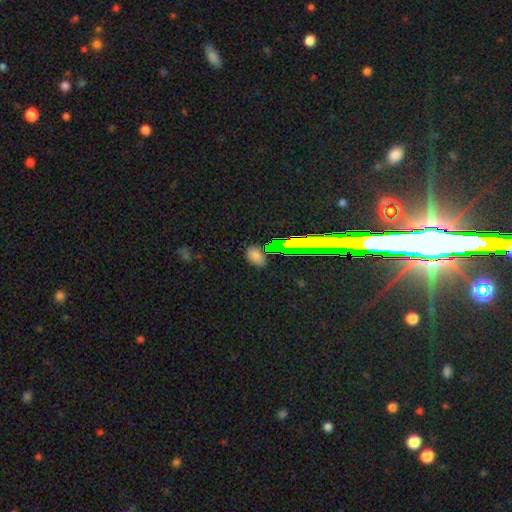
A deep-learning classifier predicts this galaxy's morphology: smooth-or-featured: smooth: 72% | star or artifact: 22% | featured or disk: 6%
  how-rounded: in between: 85% | round: 12% | cigar-shaped: 2%
  merging: none: 81% | minor disturbance: 13% | major disturbance: 3% | merger: 3%